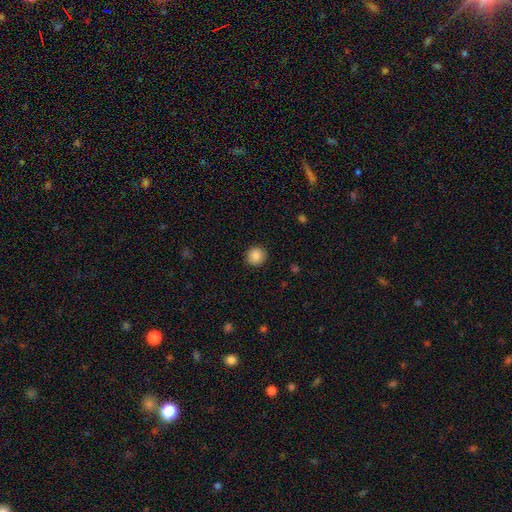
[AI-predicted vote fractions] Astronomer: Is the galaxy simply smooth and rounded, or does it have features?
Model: smooth — 88%.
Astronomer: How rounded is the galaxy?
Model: round — 92%.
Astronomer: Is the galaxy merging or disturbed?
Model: none — 91%.